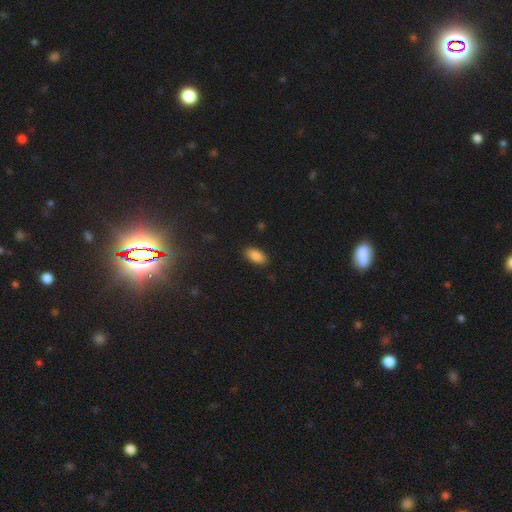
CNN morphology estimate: smooth 87%, star or artifact 8%, featured or disk 5%. Down the decision tree: how rounded — in between (91%); merging — none (88%).